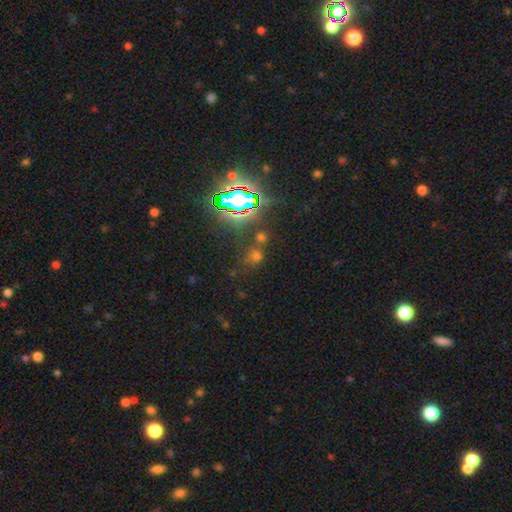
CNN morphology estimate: This appears to be a star or artifact, not a galaxy (50%).